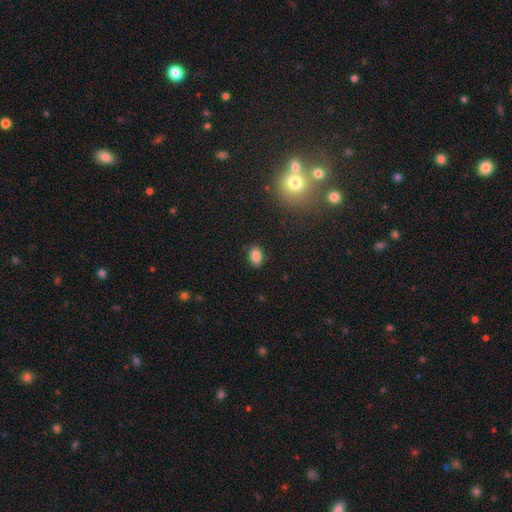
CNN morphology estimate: The model was most divided on "how rounded": in between: 82%, round: 16%, cigar-shaped: 2%. More confident: merging — none (85%); smooth or featured — smooth (85%).